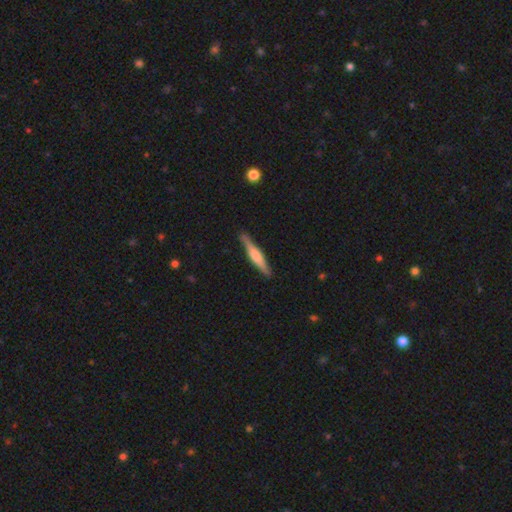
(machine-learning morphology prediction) Smooth or featured? Predicted: featured or disk (p=0.57). Edge-on disk? Predicted: yes (p=0.97). Edge-on bulge? Predicted: rounded (p=0.62). Merging? Predicted: none (p=0.87).